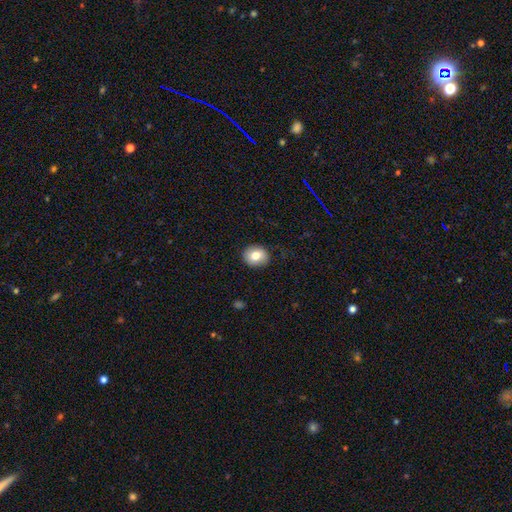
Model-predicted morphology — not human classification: A smooth galaxy with no disk features (78%) that is round (63%). Merging: none (87%).